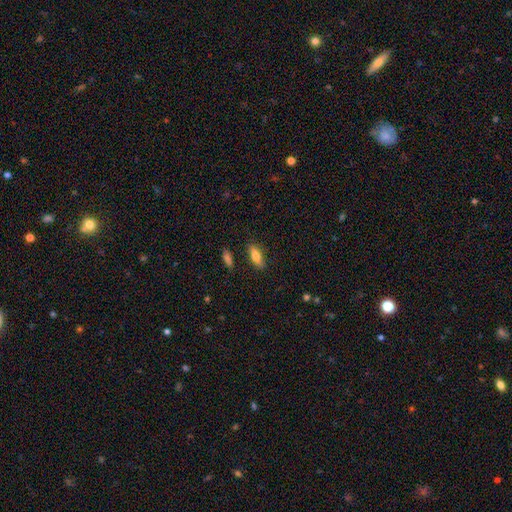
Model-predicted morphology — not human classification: This is clearly a smooth galaxy (81%). How rounded: likely in between (74%). Merging: clearly none (84%).